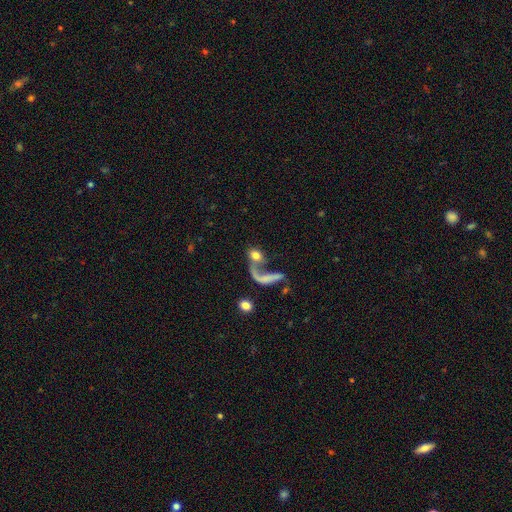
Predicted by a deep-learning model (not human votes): Morphology: type=smooth (54%); roundness=in between (55%); merging=merger (39%).